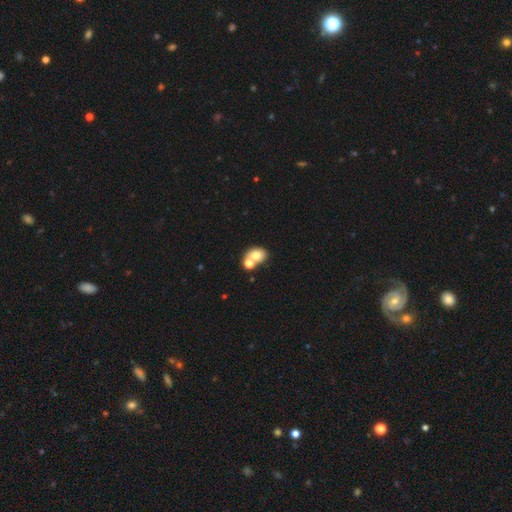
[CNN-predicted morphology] A smooth galaxy with no disk features (75%) that is in between round and cigar-shaped (57%). Merging: merger (47%).